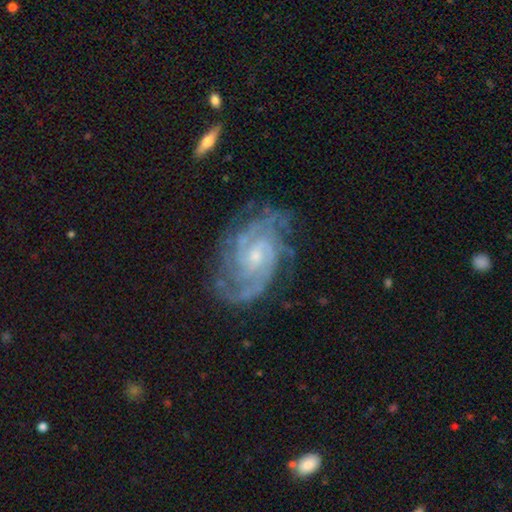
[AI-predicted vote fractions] The model was most divided on "spiral arm count": 3: 25%, 2: 23%, can't tell: 19%, 4: 18%, more than 4: 8%, 1: 7%. More confident: spiral arms — yes (98%); edge-on disk — no (97%); smooth or featured — featured or disk (91%); merging — none (74%); bulge size — small (71%); spiral winding — tight (67%); bar — no (58%).